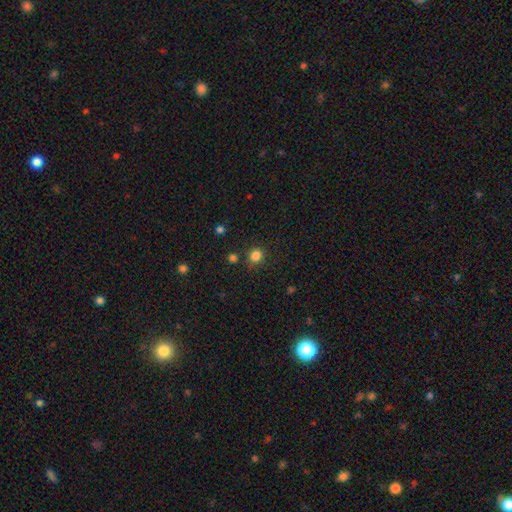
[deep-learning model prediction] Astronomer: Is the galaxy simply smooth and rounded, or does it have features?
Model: smooth — 83%.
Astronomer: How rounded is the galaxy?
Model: round — 86%.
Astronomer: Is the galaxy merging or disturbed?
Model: none — 82%.